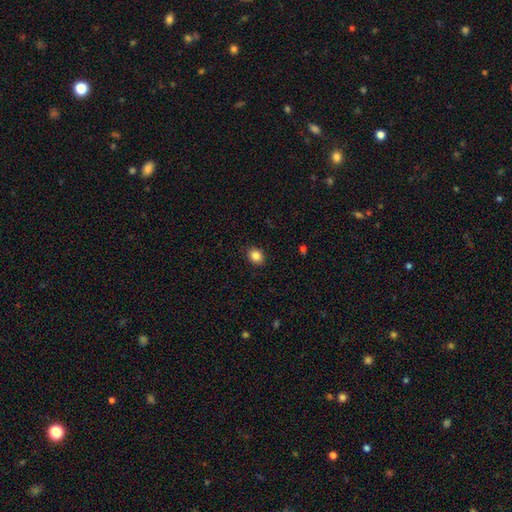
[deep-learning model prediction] This is clearly a smooth galaxy (86%). How rounded: possibly round (53%). Merging: clearly none (88%).